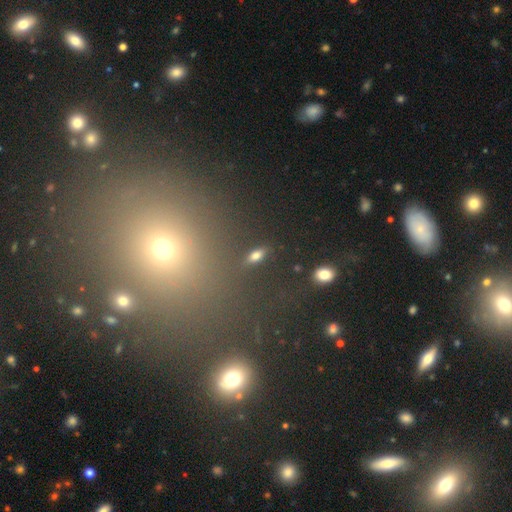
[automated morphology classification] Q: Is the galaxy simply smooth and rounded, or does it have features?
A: smooth — 72%.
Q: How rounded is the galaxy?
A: in between — 75%.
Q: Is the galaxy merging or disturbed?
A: none — 86%.